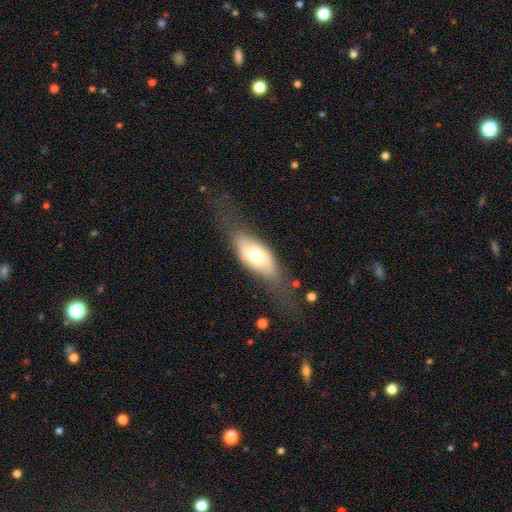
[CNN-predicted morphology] smooth 57%, featured or disk 37%, star or artifact 7%. Down the decision tree: how rounded — in between (81%); merging — none (47%).